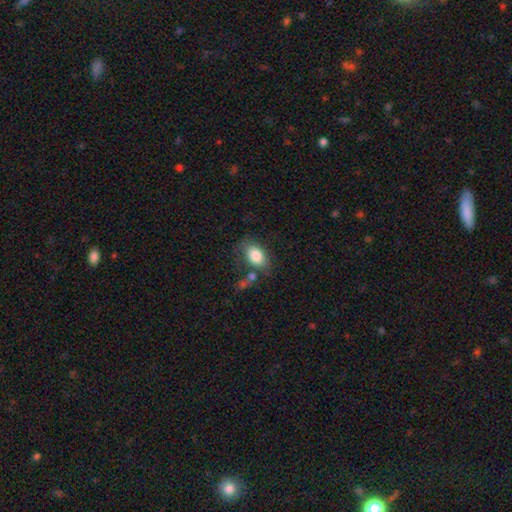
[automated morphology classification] smooth_or_featured: smooth (p=0.83) [alt: featured or disk p=0.10]
how_rounded: in between (p=0.85) [alt: round p=0.14]
merging: none (p=0.58) [alt: minor disturbance p=0.21]